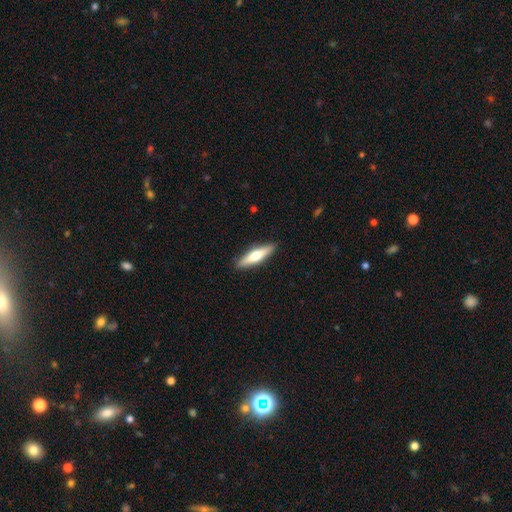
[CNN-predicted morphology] Smooth or featured?
  - smooth: 53% *
  - featured or disk: 42%
  - star or artifact: 5%
How rounded?
  - cigar-shaped: 74% *
  - in between: 24%
  - round: 2%
Merging?
  - none: 90% *
  - minor disturbance: 7%
  - major disturbance: 2%
  - merger: 1%